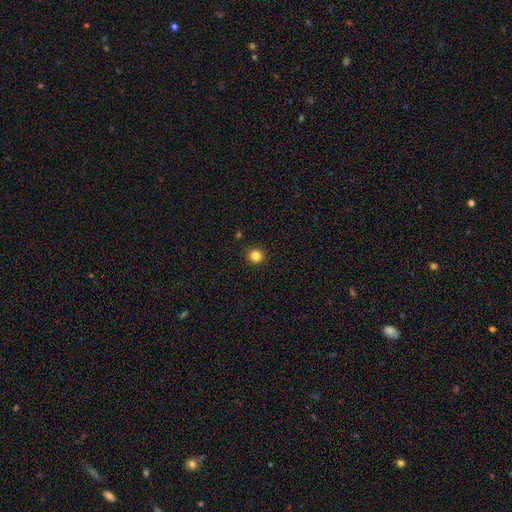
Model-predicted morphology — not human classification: This is clearly a smooth galaxy (83%). How rounded: clearly round (91%). Merging: clearly none (92%).